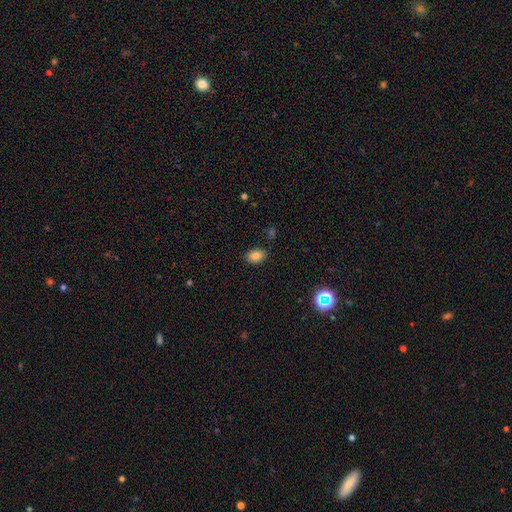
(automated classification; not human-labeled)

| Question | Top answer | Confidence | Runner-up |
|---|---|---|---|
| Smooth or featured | smooth | 83% | star or artifact (11%) |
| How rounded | in between | 79% | round (20%) |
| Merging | none | 84% | minor disturbance (12%) |